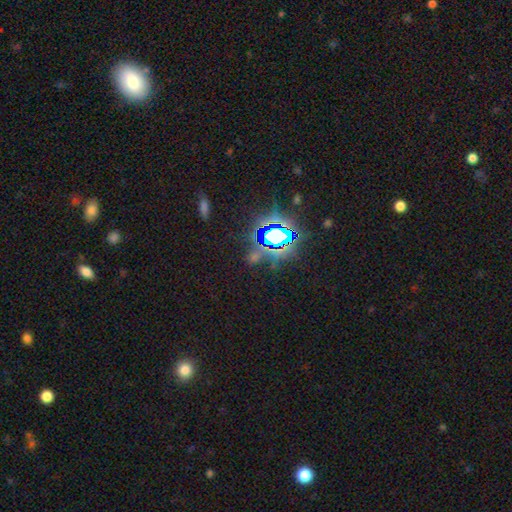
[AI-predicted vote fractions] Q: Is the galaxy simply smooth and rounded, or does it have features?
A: star or artifact — 75%.